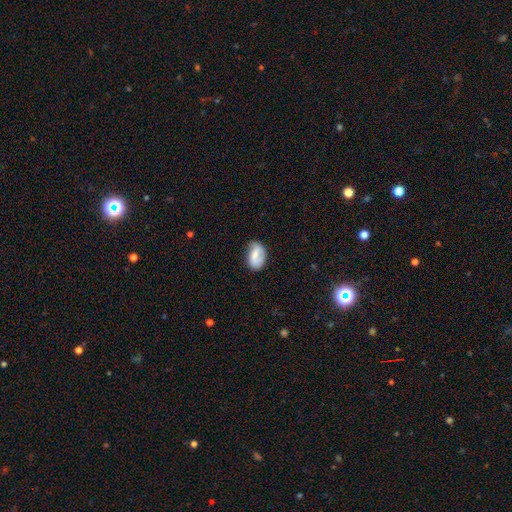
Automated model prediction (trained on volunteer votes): Smooth or featured? Predicted: smooth (p=0.65). How rounded? Predicted: in between (p=0.85). Merging? Predicted: none (p=0.62).